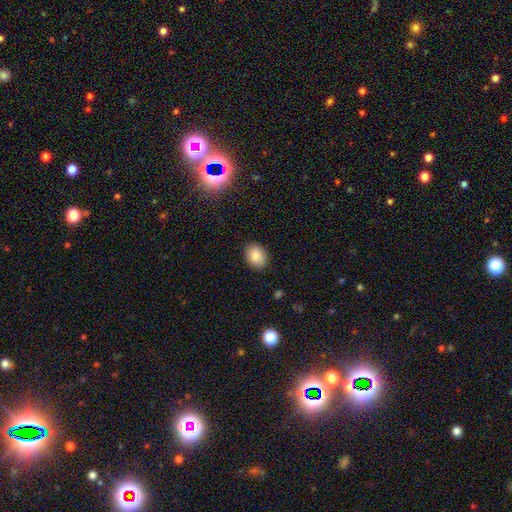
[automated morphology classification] Q: Smooth or featured?
A: smooth (85%); runner-up: star or artifact (9%)
Q: How rounded?
A: in between (60%); runner-up: round (39%)
Q: Merging?
A: none (88%); runner-up: minor disturbance (9%)